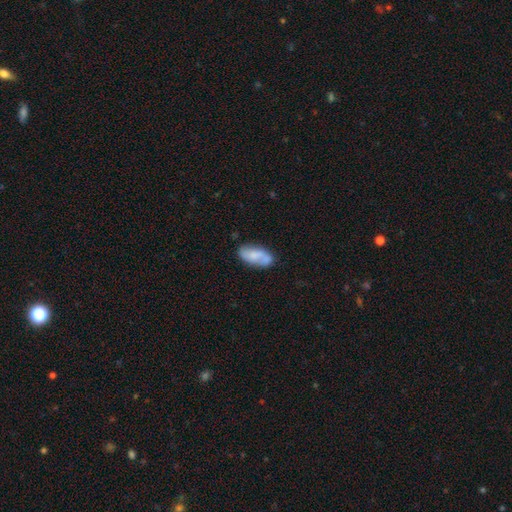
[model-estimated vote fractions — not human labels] Overall: smooth (57%; featured or disk 36%). How rounded: in between (87%). Merging: none (61%; minor disturbance 22%).